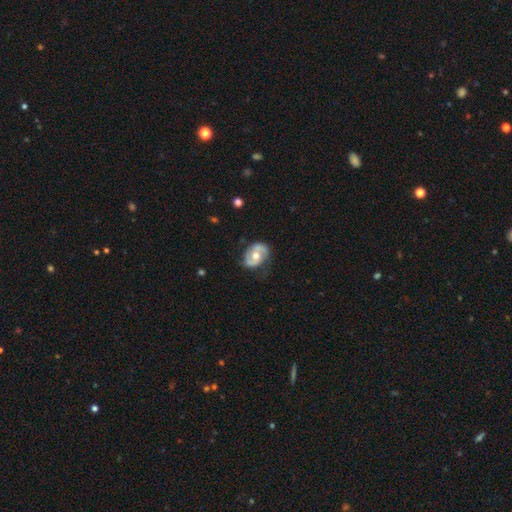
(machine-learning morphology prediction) Smooth or featured?
  - featured or disk: 74% *
  - smooth: 20%
  - star or artifact: 6%
Edge-on disk?
  - no: 97% *
  - yes: 3%
Bar?
  - no: 59% *
  - weak: 33%
  - strong: 9%
Spiral arms?
  - yes: 88% *
  - no: 12%
Spiral winding?
  - medium: 45% *
  - loose: 29%
  - tight: 26%
Spiral arm count?
  - 2: 87% *
  - can't tell: 7%
  - 1: 3%
  - 3: 1%
  - 4: 1%
  - more than 4: 1%
Bulge size?
  - moderate: 75% *
  - small: 16%
  - large: 7%
  - none: 1%
  - dominant: 1%
Merging?
  - none: 72% *
  - minor disturbance: 20%
  - major disturbance: 6%
  - merger: 1%